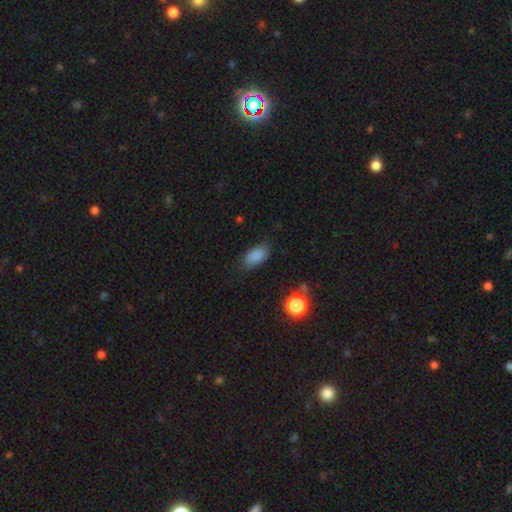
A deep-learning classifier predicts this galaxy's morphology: Q: Smooth or featured?
A: smooth (85%); runner-up: star or artifact (10%)
Q: How rounded?
A: in between (91%); runner-up: round (5%)
Q: Merging?
A: none (77%); runner-up: minor disturbance (16%)